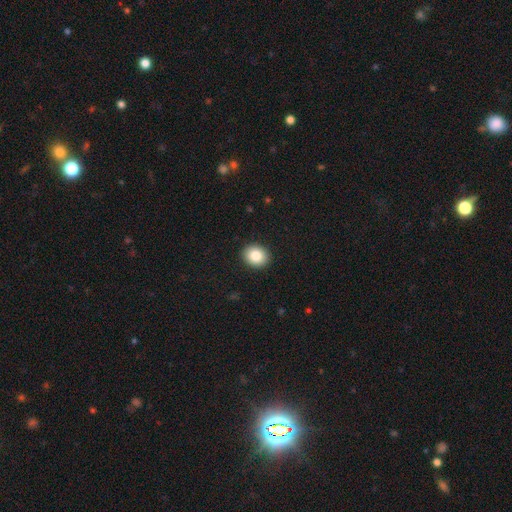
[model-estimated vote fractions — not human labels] smooth_or_featured: smooth (p=0.85) [alt: star or artifact p=0.08]
how_rounded: round (p=0.62) [alt: in between p=0.37]
merging: none (p=0.92) [alt: minor disturbance p=0.06]